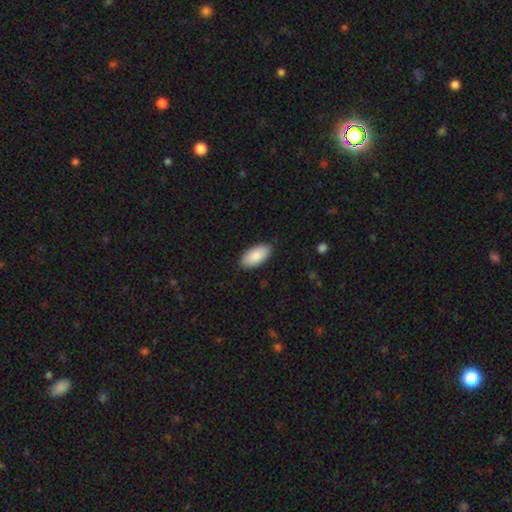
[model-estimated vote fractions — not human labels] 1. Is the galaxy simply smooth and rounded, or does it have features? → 89% smooth, 6% featured or disk, 6% star or artifact.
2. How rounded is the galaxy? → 94% in between, 4% cigar-shaped, 2% round.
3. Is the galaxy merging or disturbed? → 88% none, 9% minor disturbance, 2% major disturbance, 1% merger.